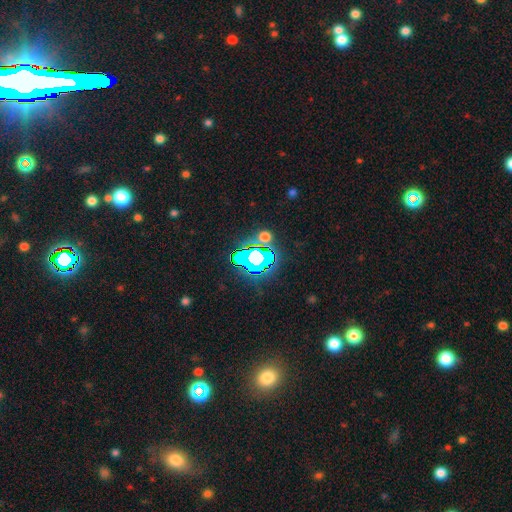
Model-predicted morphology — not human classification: A star or artifact, not a galaxy (67%).